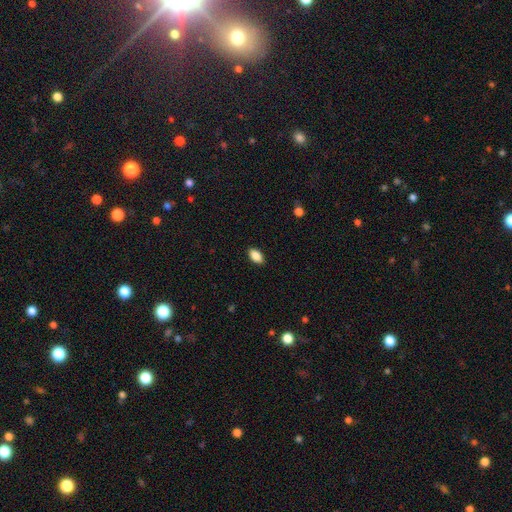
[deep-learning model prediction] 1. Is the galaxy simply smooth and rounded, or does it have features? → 88% smooth, 7% star or artifact, 4% featured or disk.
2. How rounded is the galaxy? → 93% in between, 5% round, 2% cigar-shaped.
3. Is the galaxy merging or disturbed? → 89% none, 8% minor disturbance, 2% major disturbance, 1% merger.